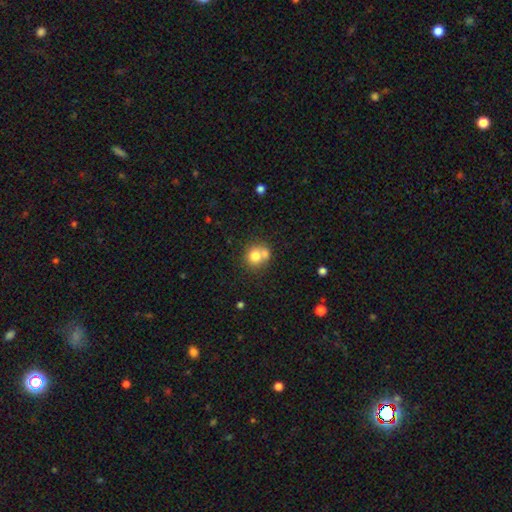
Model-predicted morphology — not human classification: Overall: smooth (76%). How rounded: round (82%). Merging: none (45%; merger 41%).